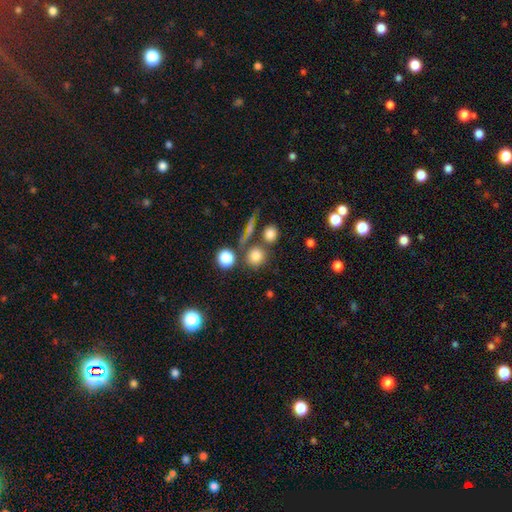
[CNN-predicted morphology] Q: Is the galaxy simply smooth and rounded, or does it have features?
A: smooth — 79%.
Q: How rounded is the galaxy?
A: round — 84%.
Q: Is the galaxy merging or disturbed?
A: none — 70%.